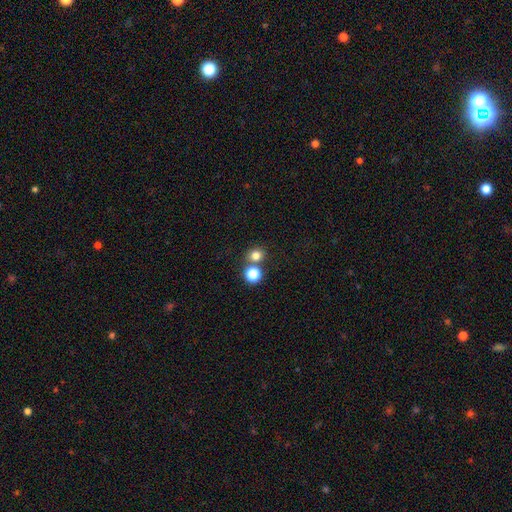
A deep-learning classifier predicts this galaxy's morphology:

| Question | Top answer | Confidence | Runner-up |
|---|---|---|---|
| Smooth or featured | smooth | 78% | star or artifact (16%) |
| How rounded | round | 84% | in between (15%) |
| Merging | none | 66% | merger (24%) |